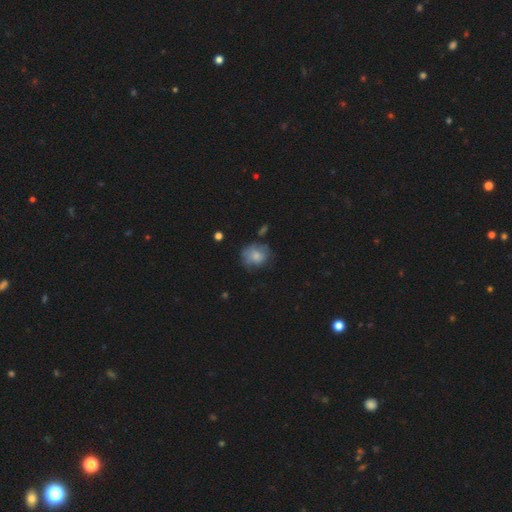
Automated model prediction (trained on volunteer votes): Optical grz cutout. It shows a smooth galaxy with no disk features (70%) that is round (65%). Merging: none (56%).